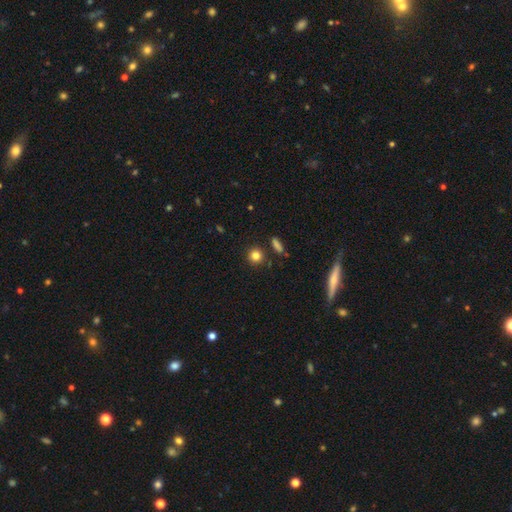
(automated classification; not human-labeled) Smooth or featured? smooth (82%)
How rounded? round (90%)
Merging? none (87%)